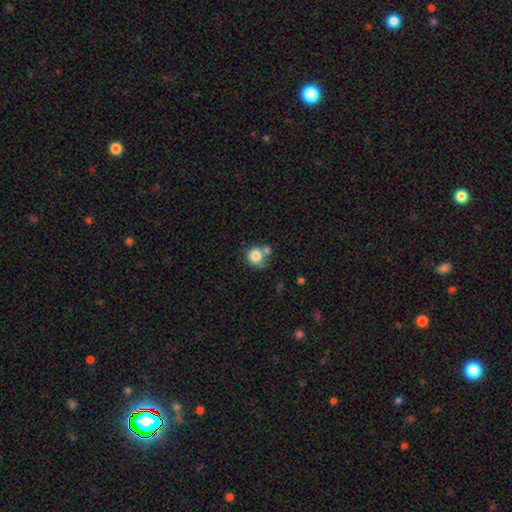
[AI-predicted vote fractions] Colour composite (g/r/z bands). It shows a smooth galaxy with no disk features (82%) that is round (85%). Merging: none (53%).